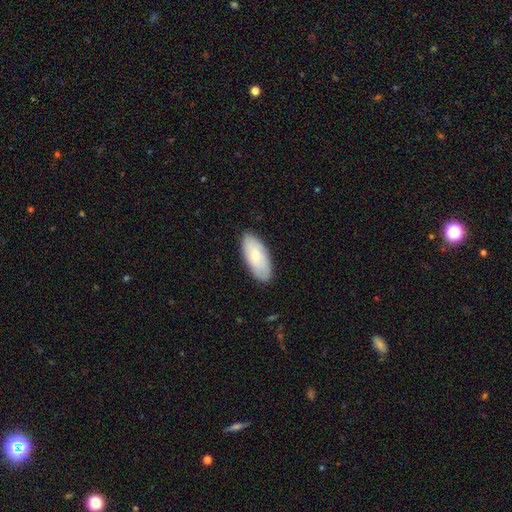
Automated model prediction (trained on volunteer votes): A smooth galaxy with no disk features (76%) that is in between round and cigar-shaped (90%). Merging: none (86%).